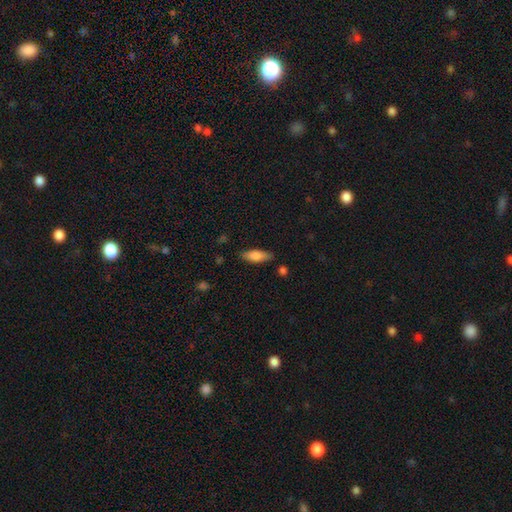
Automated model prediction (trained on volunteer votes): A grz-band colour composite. It shows a smooth galaxy with no disk features (79%) that is in between round and cigar-shaped (67%). Merging: none (81%).